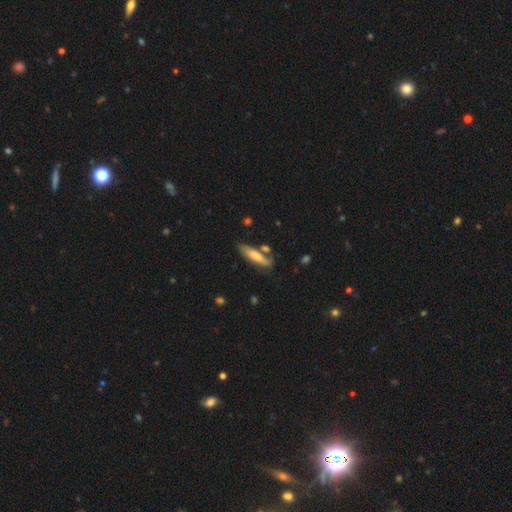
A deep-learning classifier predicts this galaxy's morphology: type=smooth (61%); roundness=cigar-shaped (66%); merging=none (65%).